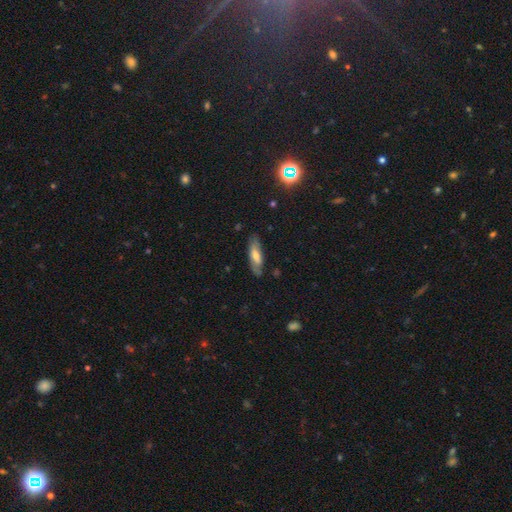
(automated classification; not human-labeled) smooth-or-featured: smooth: 50% | featured or disk: 43% | star or artifact: 7%
  how-rounded: cigar-shaped: 50% | in between: 48% | round: 2%
  merging: none: 76% | minor disturbance: 18% | major disturbance: 5% | merger: 2%